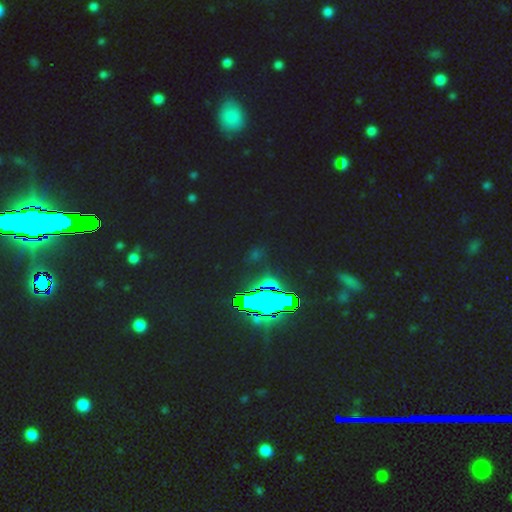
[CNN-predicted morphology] smooth_or_featured: star or artifact (p=0.77) [alt: smooth p=0.15]